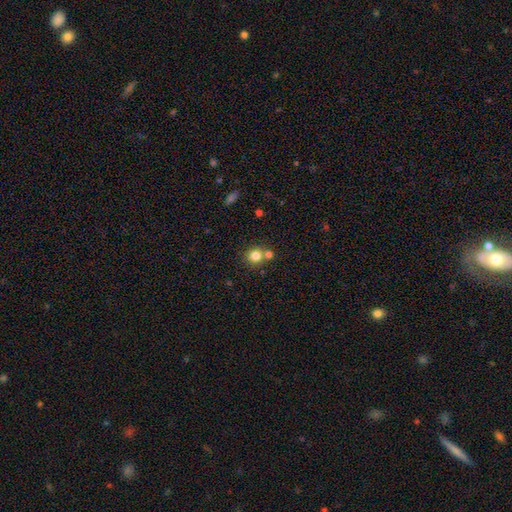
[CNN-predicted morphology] type=smooth (81%); roundness=round (85%); merging=none (63%).